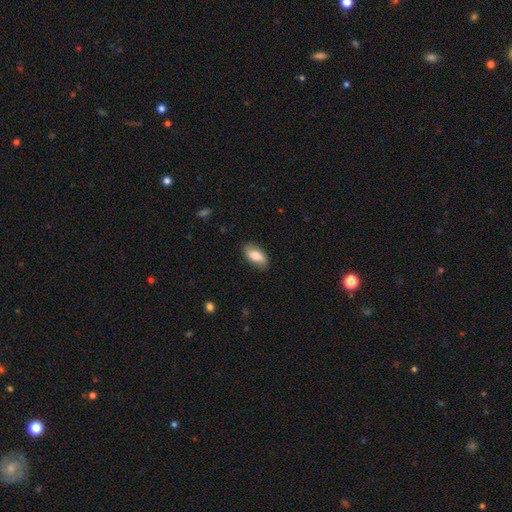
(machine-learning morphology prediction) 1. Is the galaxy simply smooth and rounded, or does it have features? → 74% smooth, 20% featured or disk, 6% star or artifact.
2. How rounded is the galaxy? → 92% in between, 5% cigar-shaped, 4% round.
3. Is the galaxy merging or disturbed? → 83% none, 13% minor disturbance, 3% major disturbance, 1% merger.